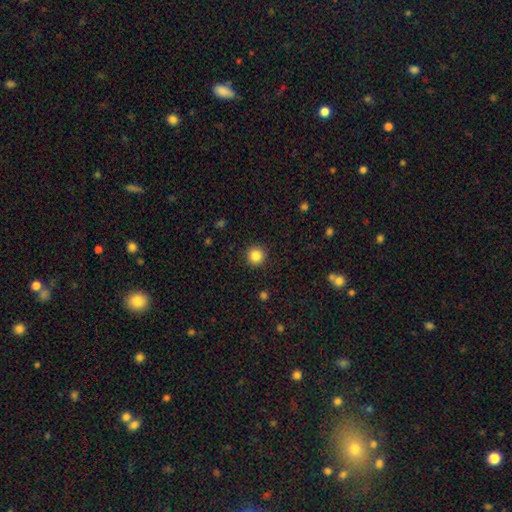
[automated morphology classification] A smooth galaxy with no disk features (85%) that is round (95%).

Vote fractions:
- Smooth or featured? smooth: 85% / star or artifact: 11% / featured or disk: 4%
- How rounded? round: 95% / in between: 4% / cigar-shaped: 1%
- Merging? none: 92% / minor disturbance: 5% / major disturbance: 2% / merger: 1%